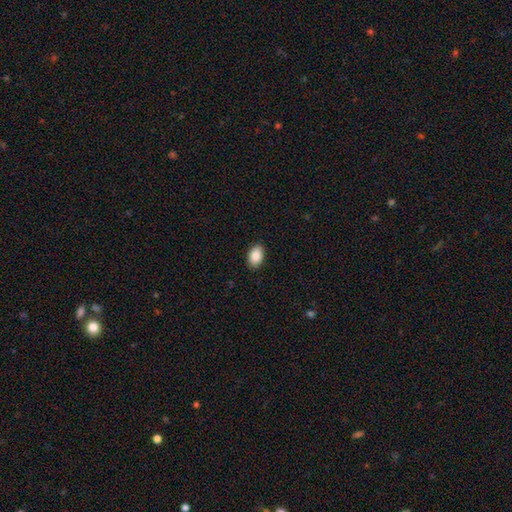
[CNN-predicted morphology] A smooth galaxy with no disk features (90%) that is in between round and cigar-shaped (91%). Merging: none (90%).